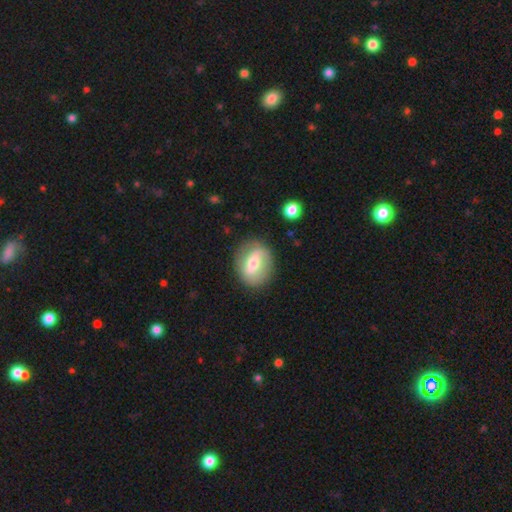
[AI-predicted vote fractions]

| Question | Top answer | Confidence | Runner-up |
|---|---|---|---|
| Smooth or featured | featured or disk | 55% | smooth (37%) |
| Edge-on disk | no | 92% | yes (8%) |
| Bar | strong | 44% | weak (37%) |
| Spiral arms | yes | 54% | no (46%) |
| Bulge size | moderate | 60% | small (32%) |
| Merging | none | 81% | minor disturbance (13%) |